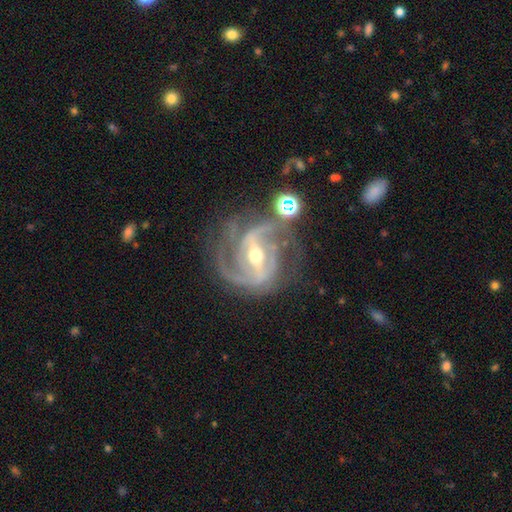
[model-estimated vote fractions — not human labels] smooth_or_featured: featured or disk (p=0.91) [alt: star or artifact p=0.06]
disk_edge_on: no (p=0.97) [alt: yes p=0.03]
bar: strong (p=0.63) [alt: weak p=0.29]
has_spiral_arms: yes (p=0.97) [alt: no p=0.03]
spiral_winding: medium (p=0.53) [alt: tight p=0.33]
spiral_arm_count: 2 (p=0.58) [alt: 3 p=0.23]
bulge_size: moderate (p=0.57) [alt: small p=0.39]
merging: none (p=0.63) [alt: minor disturbance p=0.19]